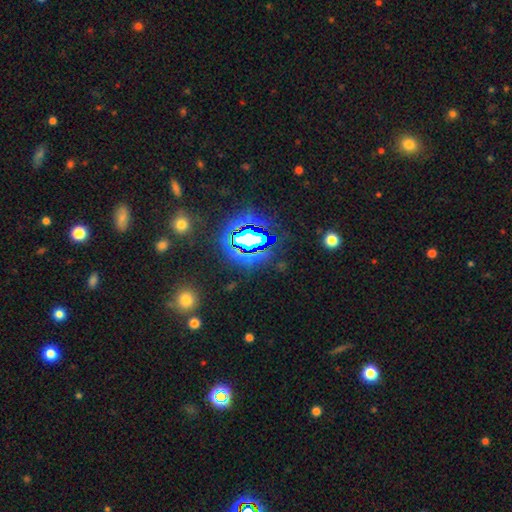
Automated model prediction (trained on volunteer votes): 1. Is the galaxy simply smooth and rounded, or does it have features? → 79% star or artifact, 13% smooth, 7% featured or disk.